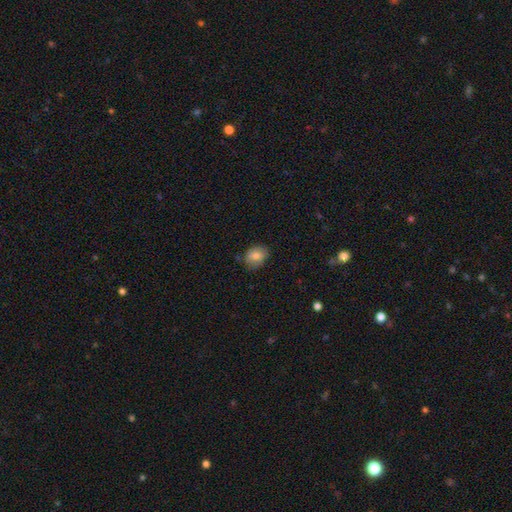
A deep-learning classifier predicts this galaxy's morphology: smooth_or_featured: smooth (p=0.79) [alt: featured or disk p=0.12]
how_rounded: in between (p=0.61) [alt: round p=0.38]
merging: none (p=0.75) [alt: minor disturbance p=0.20]